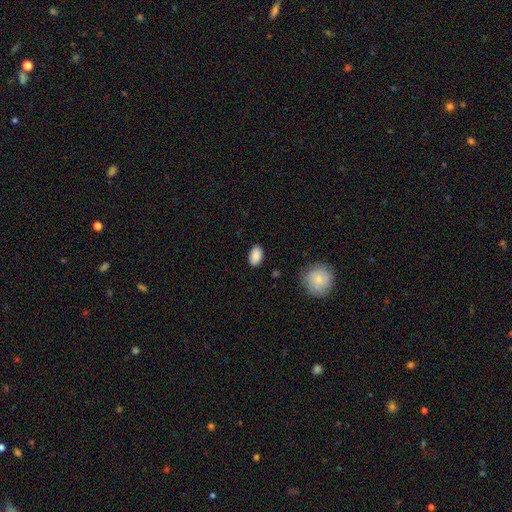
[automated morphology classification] Q: Smooth or featured?
A: smooth (88%); runner-up: star or artifact (7%)
Q: How rounded?
A: in between (90%); runner-up: round (8%)
Q: Merging?
A: none (85%); runner-up: minor disturbance (11%)